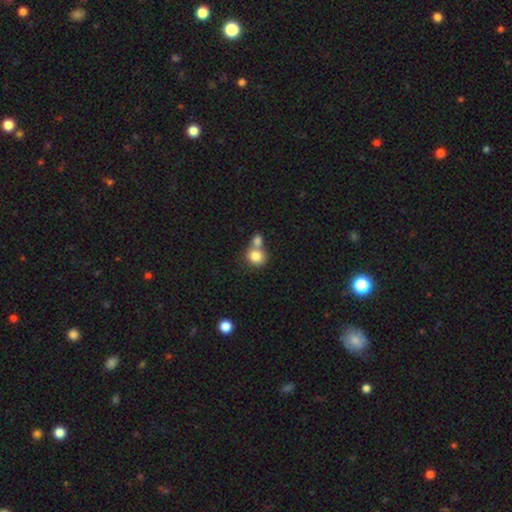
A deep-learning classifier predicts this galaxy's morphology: Smooth or featured?
  - smooth: 81% *
  - featured or disk: 9%
  - star or artifact: 9%
How rounded?
  - round: 80% *
  - in between: 19%
  - cigar-shaped: 1%
Merging?
  - merger: 53% *
  - none: 37%
  - minor disturbance: 7%
  - major disturbance: 3%